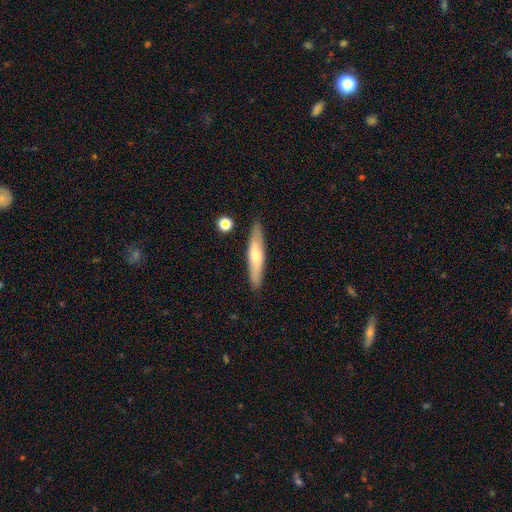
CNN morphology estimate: Smooth or featured? smooth (51%)
How rounded? cigar-shaped (86%)
Merging? none (86%)